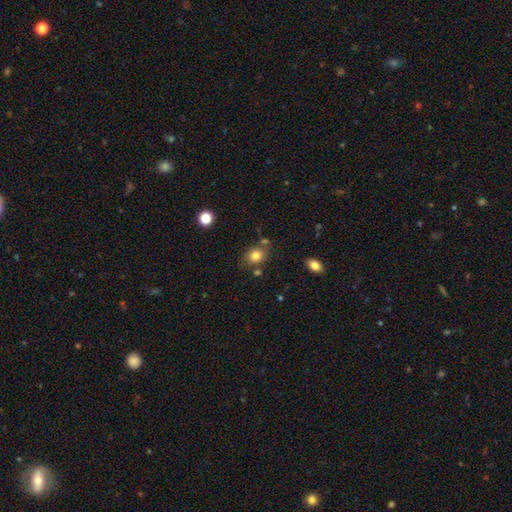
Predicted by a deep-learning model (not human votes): This is clearly a smooth galaxy (81%). How rounded: possibly round (51%). Merging: likely none (70%).